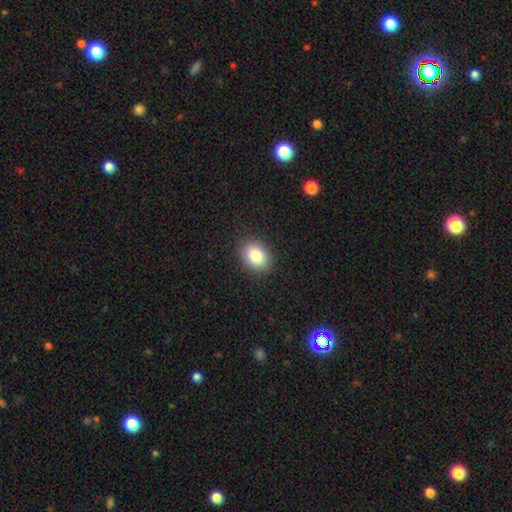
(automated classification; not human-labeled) Smooth or featured: smooth — 85% (star or artifact — 9%)
How rounded: in between — 59% (round — 40%)
Merging: none — 88% (minor disturbance — 8%)